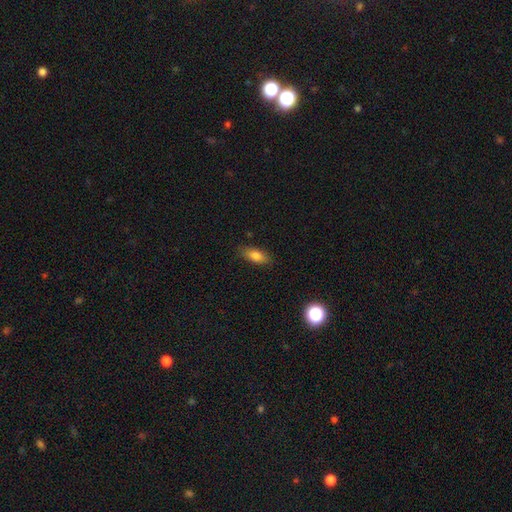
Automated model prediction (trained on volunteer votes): Smooth or featured? smooth (80%)
How rounded? in between (80%)
Merging? none (85%)